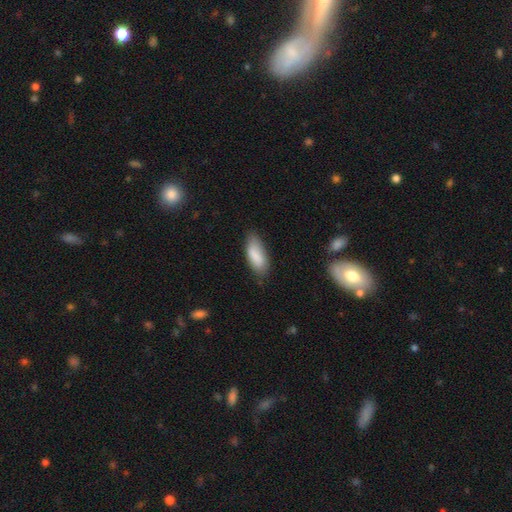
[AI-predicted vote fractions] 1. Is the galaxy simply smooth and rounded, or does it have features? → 84% smooth, 9% featured or disk, 6% star or artifact.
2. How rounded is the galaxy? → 78% in between, 20% cigar-shaped, 2% round.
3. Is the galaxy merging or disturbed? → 70% none, 24% minor disturbance, 5% major disturbance, 2% merger.